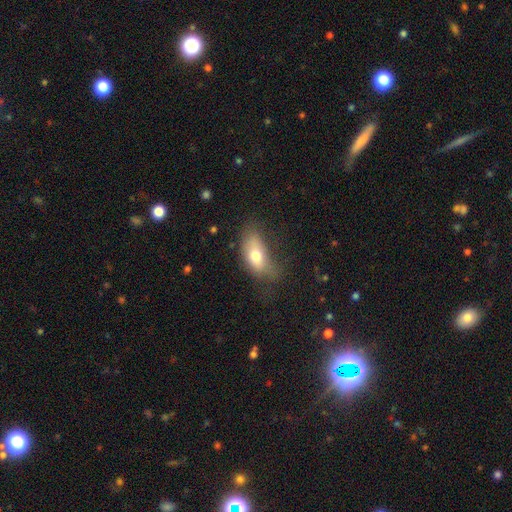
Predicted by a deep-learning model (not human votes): Smooth or featured? smooth (70%)
How rounded? in between (87%)
Merging? none (42%)